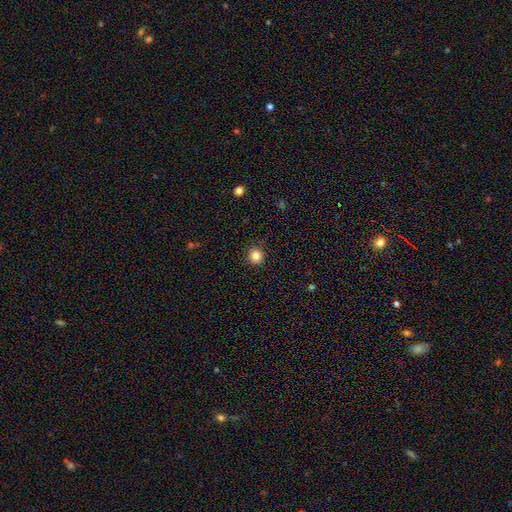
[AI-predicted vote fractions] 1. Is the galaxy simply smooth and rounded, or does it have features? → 84% smooth, 12% star or artifact, 4% featured or disk.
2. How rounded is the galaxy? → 93% round, 6% in between, 1% cigar-shaped.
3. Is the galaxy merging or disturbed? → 92% none, 5% minor disturbance, 2% major disturbance, 1% merger.